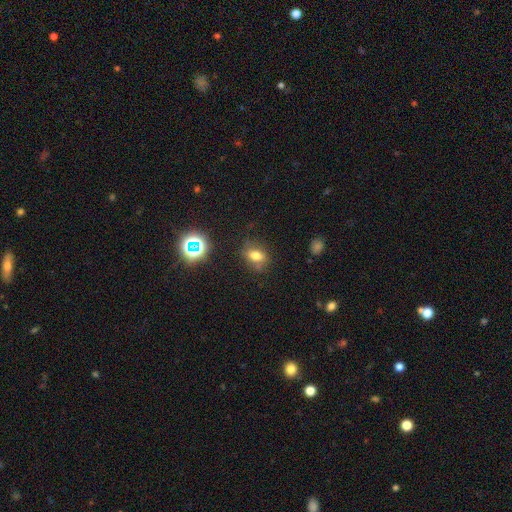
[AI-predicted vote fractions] Smooth or featured?
  - smooth: 70% *
  - star or artifact: 18%
  - featured or disk: 13%
How rounded?
  - in between: 72% *
  - round: 26%
  - cigar-shaped: 3%
Merging?
  - none: 72% *
  - minor disturbance: 19%
  - major disturbance: 6%
  - merger: 3%